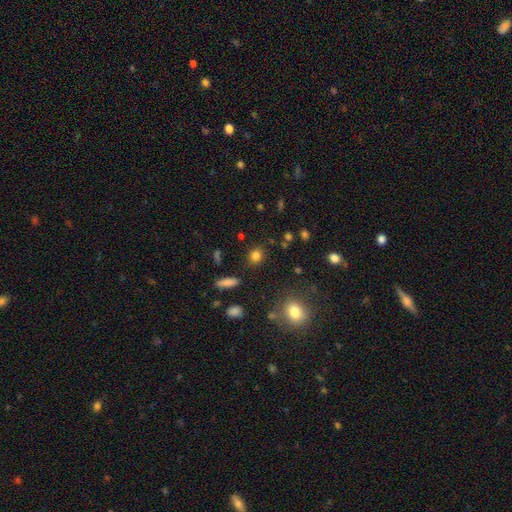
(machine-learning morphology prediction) Smooth or featured? smooth (80%)
How rounded? round (68%)
Merging? none (86%)